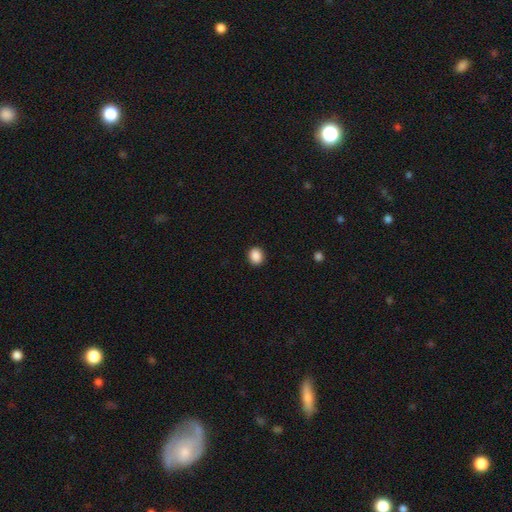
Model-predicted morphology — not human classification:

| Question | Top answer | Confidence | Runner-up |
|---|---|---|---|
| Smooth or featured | smooth | 89% | star or artifact (9%) |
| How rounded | round | 64% | in between (35%) |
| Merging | none | 91% | minor disturbance (6%) |